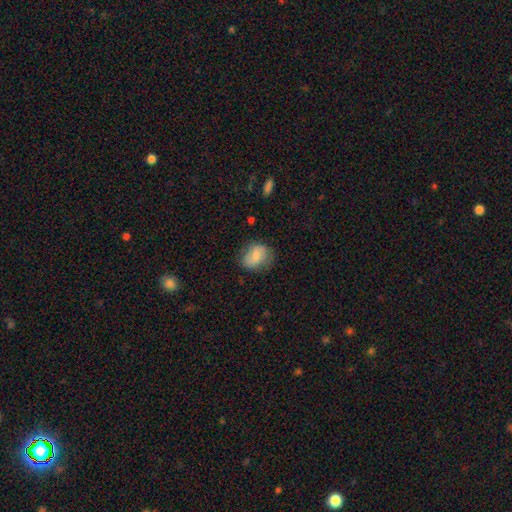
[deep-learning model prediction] smooth 72%, featured or disk 20%, star or artifact 8%. Down the decision tree: how rounded — in between (52%); merging — none (67%).